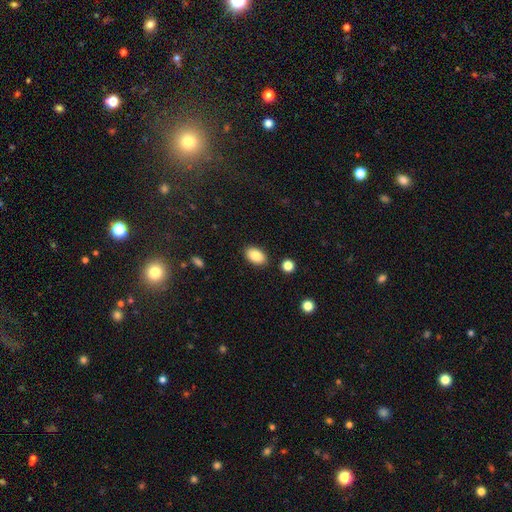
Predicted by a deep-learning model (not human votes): Smooth or featured?
  - smooth: 87% *
  - star or artifact: 8%
  - featured or disk: 6%
How rounded?
  - in between: 91% *
  - round: 7%
  - cigar-shaped: 1%
Merging?
  - none: 87% *
  - minor disturbance: 9%
  - merger: 2%
  - major disturbance: 2%